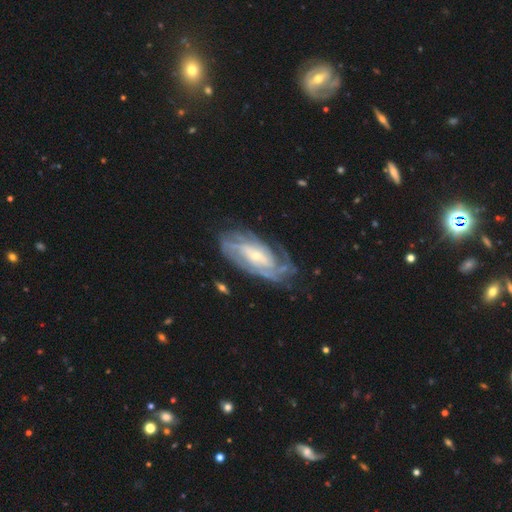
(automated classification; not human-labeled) Smooth or featured?
  - featured or disk: 87% *
  - smooth: 8%
  - star or artifact: 5%
Edge-on disk?
  - no: 94% *
  - yes: 6%
Bar?
  - no: 52% *
  - weak: 34%
  - strong: 14%
Spiral arms?
  - yes: 96% *
  - no: 4%
Spiral winding?
  - tight: 64% *
  - medium: 29%
  - loose: 7%
Spiral arm count?
  - can't tell: 32% *
  - 2: 20%
  - 3: 19%
  - 4: 16%
  - more than 4: 7%
  - 1: 5%
Bulge size?
  - small: 68% *
  - moderate: 27%
  - none: 2%
  - large: 2%
  - dominant: 1%
Merging?
  - none: 70% *
  - minor disturbance: 19%
  - major disturbance: 8%
  - merger: 2%